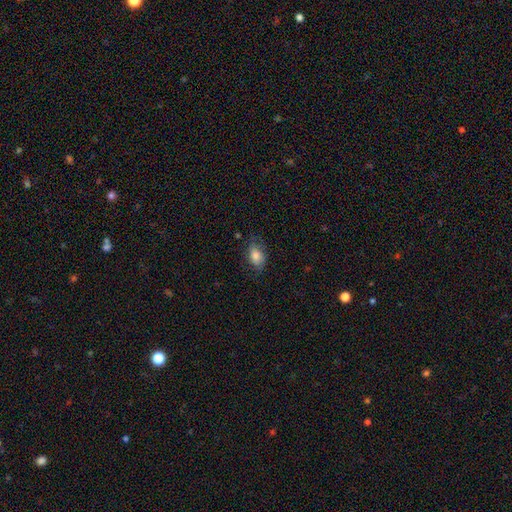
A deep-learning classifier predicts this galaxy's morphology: Smooth or featured? smooth (79%)
How rounded? in between (86%)
Merging? none (67%)